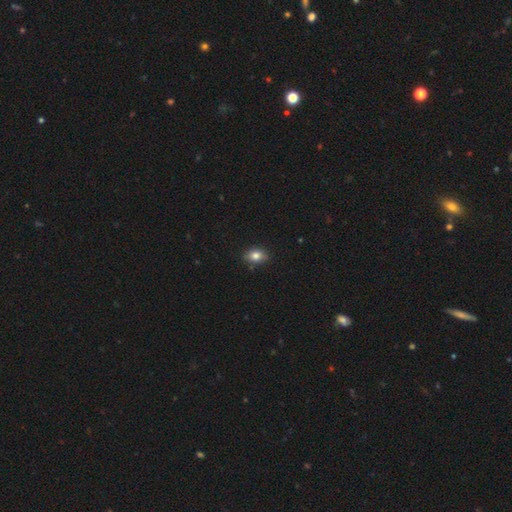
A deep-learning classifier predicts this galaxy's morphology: smooth-or-featured: smooth: 81% | star or artifact: 10% | featured or disk: 9%
  how-rounded: in between: 71% | round: 27% | cigar-shaped: 2%
  merging: none: 80% | minor disturbance: 15% | major disturbance: 2% | merger: 2%